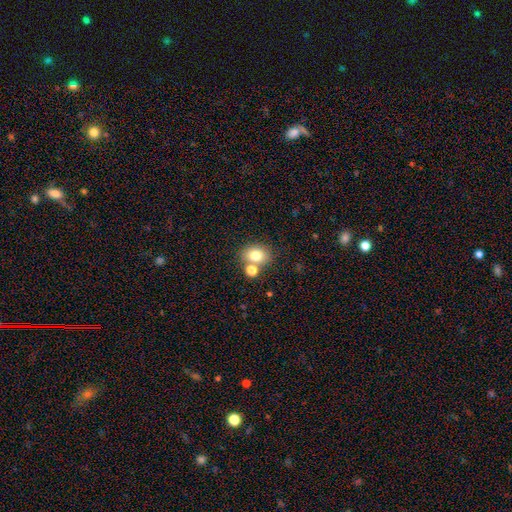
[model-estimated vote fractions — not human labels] Q: Smooth or featured?
A: smooth (77%); runner-up: star or artifact (12%)
Q: How rounded?
A: round (50%); runner-up: in between (49%)
Q: Merging?
A: none (64%); runner-up: merger (23%)